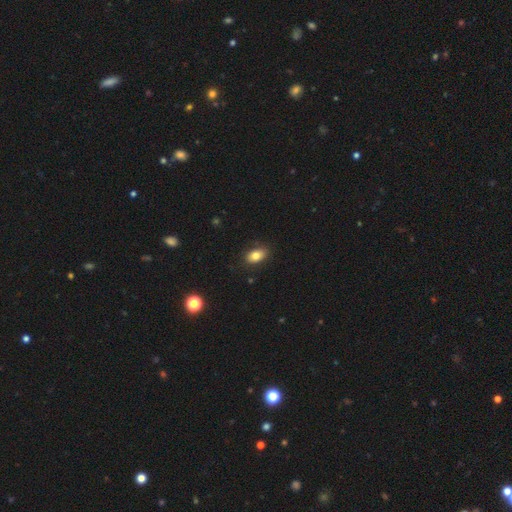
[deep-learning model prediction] This appears to be a smooth galaxy with no disk features (80%) that is in between round and cigar-shaped (87%). Merging: none (83%).